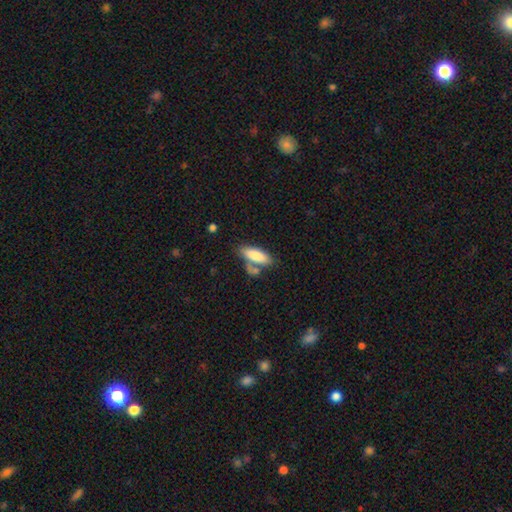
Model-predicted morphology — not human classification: A smooth galaxy with no disk features (83%) that is in between round and cigar-shaped (70%). Merging: none (54%).